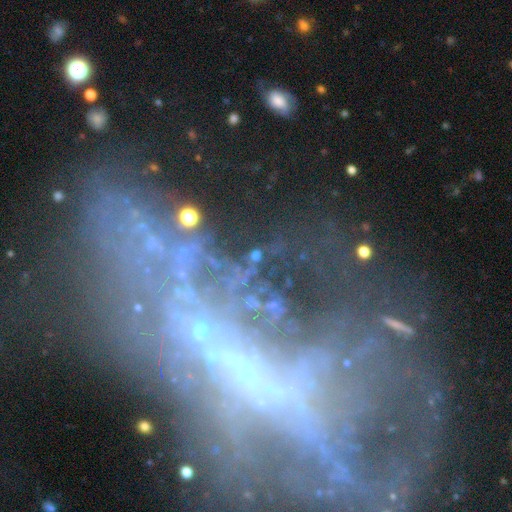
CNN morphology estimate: star or artifact 41%, featured or disk 38%, smooth 21%.